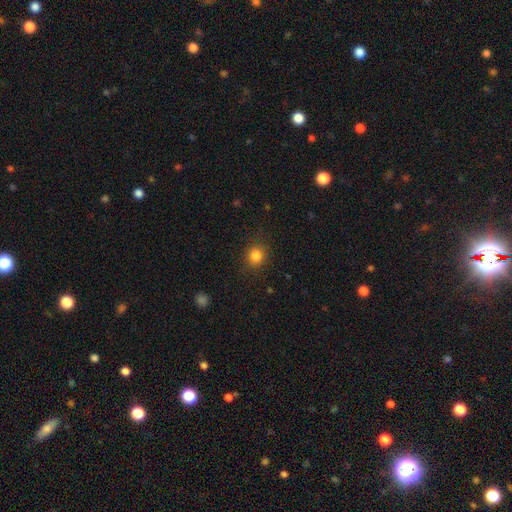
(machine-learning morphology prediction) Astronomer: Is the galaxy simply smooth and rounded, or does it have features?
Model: smooth — 84%.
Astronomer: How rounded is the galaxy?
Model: round — 85%.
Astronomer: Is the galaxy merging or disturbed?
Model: none — 88%.